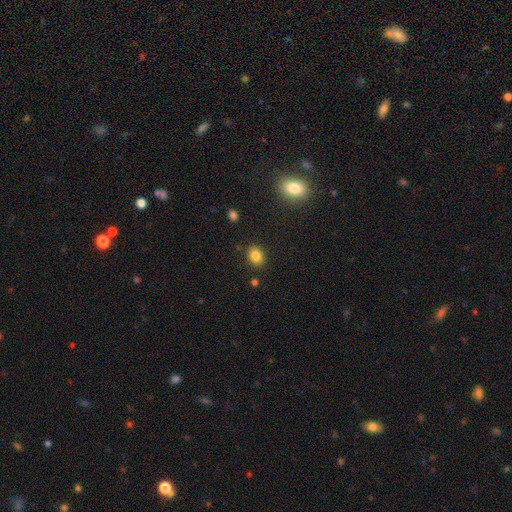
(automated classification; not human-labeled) Q: Smooth or featured?
A: smooth (83%); runner-up: star or artifact (11%)
Q: How rounded?
A: in between (53%); runner-up: round (46%)
Q: Merging?
A: none (86%); runner-up: minor disturbance (9%)